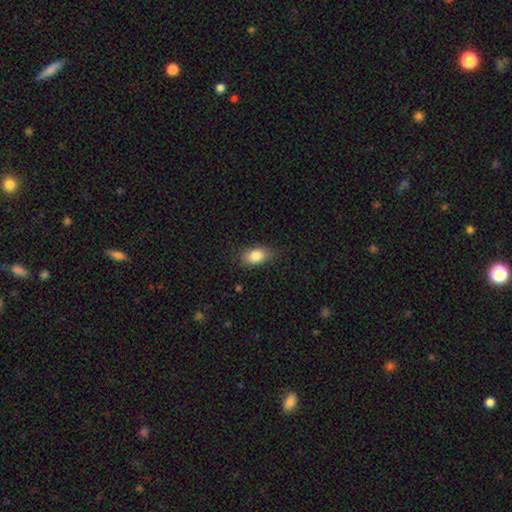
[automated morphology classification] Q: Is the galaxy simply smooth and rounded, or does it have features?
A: smooth — 85%.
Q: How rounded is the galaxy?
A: in between — 87%.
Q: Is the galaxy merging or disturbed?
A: none — 81%.